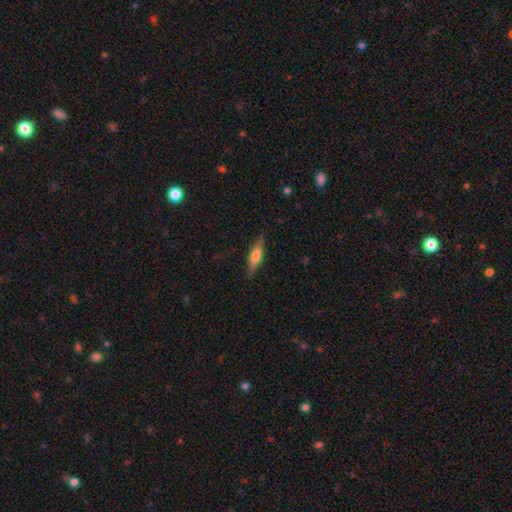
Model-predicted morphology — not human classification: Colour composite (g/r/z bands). It shows a smooth galaxy with no disk features (52%) that is cigar-shaped (65%). Merging: none (85%).